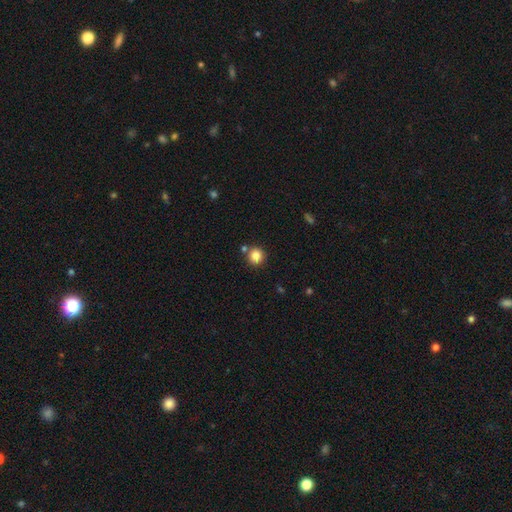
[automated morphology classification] Smooth or featured? Predicted: smooth (p=0.85). How rounded? Predicted: round (p=0.87). Merging? Predicted: none (p=0.77).